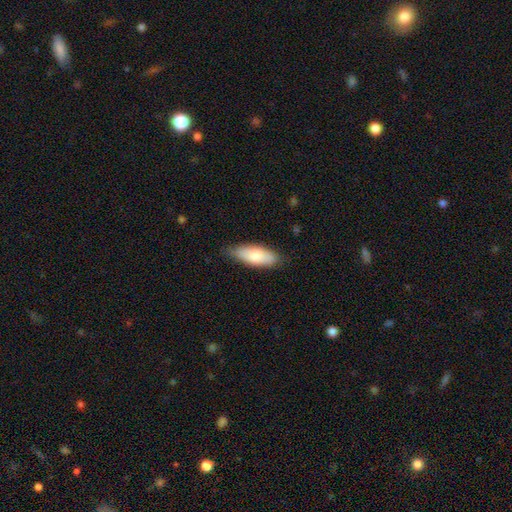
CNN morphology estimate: The model was most divided on "how rounded": in between: 74%, cigar-shaped: 24%, round: 2%. More confident: smooth or featured — smooth (79%); merging — none (78%).